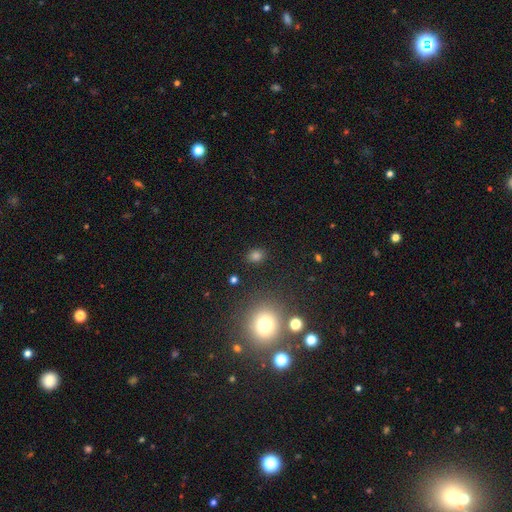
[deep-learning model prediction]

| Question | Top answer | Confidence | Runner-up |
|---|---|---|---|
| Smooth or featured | smooth | 76% | star or artifact (18%) |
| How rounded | round | 51% | in between (48%) |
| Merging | none | 84% | minor disturbance (9%) |